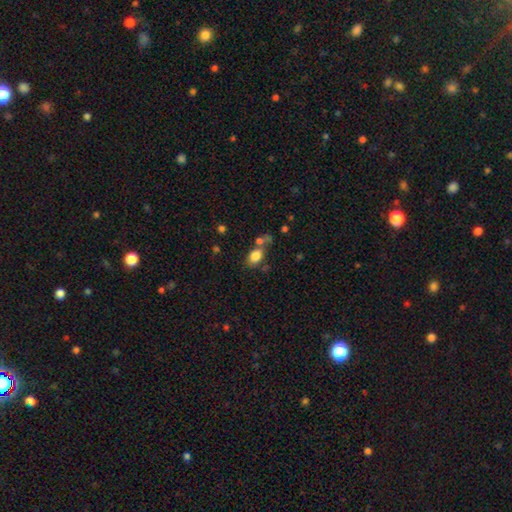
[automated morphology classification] Smooth or featured? Predicted: smooth (p=0.82). How rounded? Predicted: in between (p=0.77). Merging? Predicted: none (p=0.52).